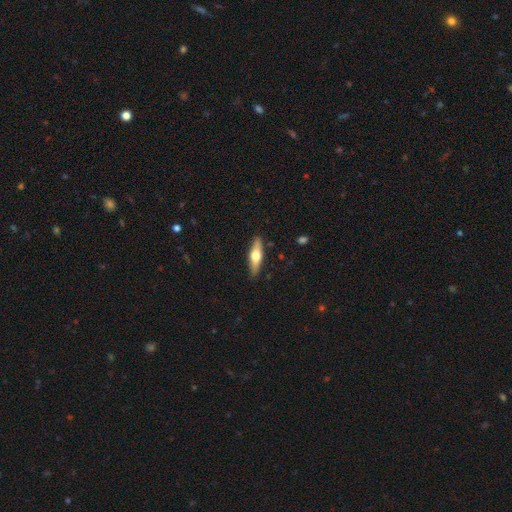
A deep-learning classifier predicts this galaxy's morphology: Q: Smooth or featured?
A: smooth (48%); runner-up: featured or disk (47%)
Q: Merging?
A: none (88%); runner-up: minor disturbance (9%)